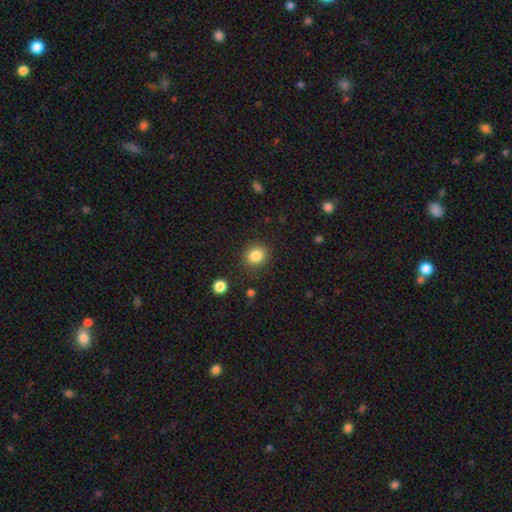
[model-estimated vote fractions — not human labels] A smooth galaxy with no disk features (85%) that is round (71%).

Vote fractions:
- Smooth or featured? smooth: 85% / star or artifact: 10% / featured or disk: 5%
- How rounded? round: 71% / in between: 28% / cigar-shaped: 1%
- Merging? none: 84% / minor disturbance: 10% / major disturbance: 3% / merger: 2%